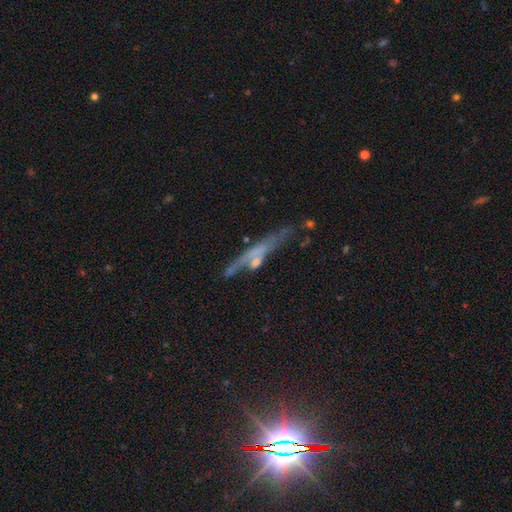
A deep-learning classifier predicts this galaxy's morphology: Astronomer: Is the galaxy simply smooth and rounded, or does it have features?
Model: featured or disk — 54% (runner-up: smooth, 35%).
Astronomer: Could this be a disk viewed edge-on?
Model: yes — 70%.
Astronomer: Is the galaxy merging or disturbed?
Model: none — 48%.